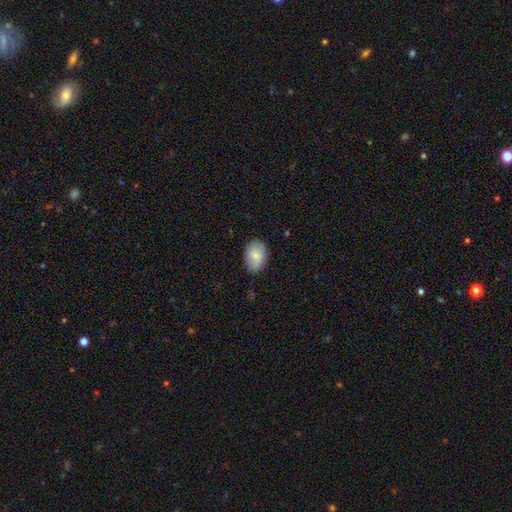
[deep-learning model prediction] Q: Smooth or featured?
A: smooth (77%); runner-up: featured or disk (16%)
Q: How rounded?
A: in between (83%); runner-up: round (16%)
Q: Merging?
A: none (76%); runner-up: minor disturbance (19%)